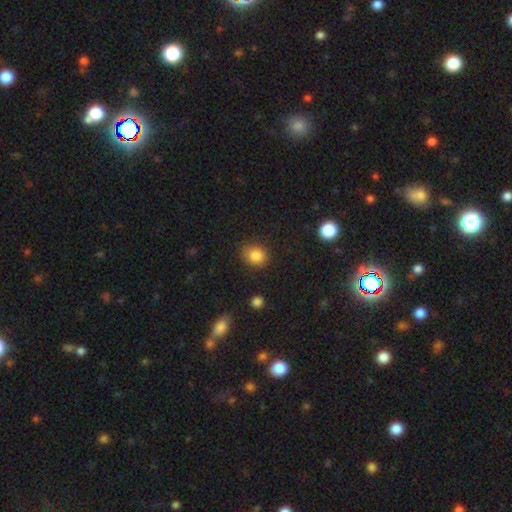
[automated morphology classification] Smooth or featured: smooth — 84% (star or artifact — 10%)
How rounded: round — 61% (in between — 38%)
Merging: none — 78% (minor disturbance — 17%)